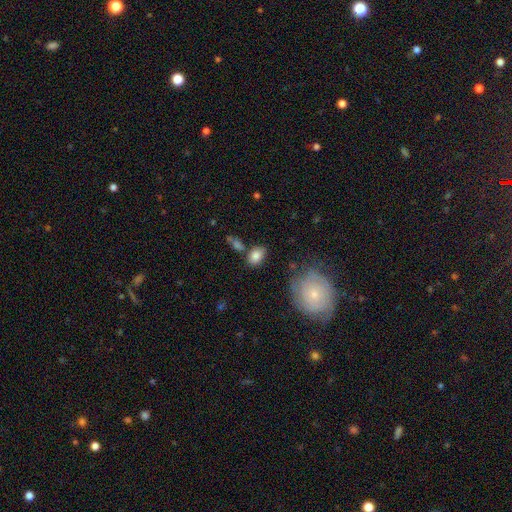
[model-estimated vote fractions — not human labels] Smooth or featured?
  - smooth: 82% *
  - featured or disk: 10%
  - star or artifact: 8%
How rounded?
  - in between: 79% *
  - round: 19%
  - cigar-shaped: 1%
Merging?
  - none: 69% *
  - minor disturbance: 15%
  - merger: 11%
  - major disturbance: 5%